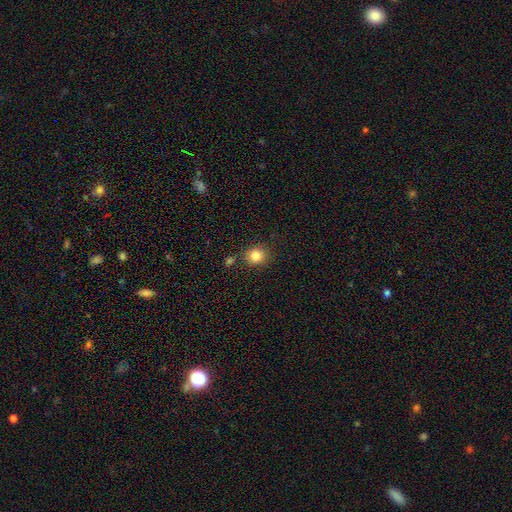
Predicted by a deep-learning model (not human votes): Smooth or featured? smooth (84%)
How rounded? round (83%)
Merging? none (82%)